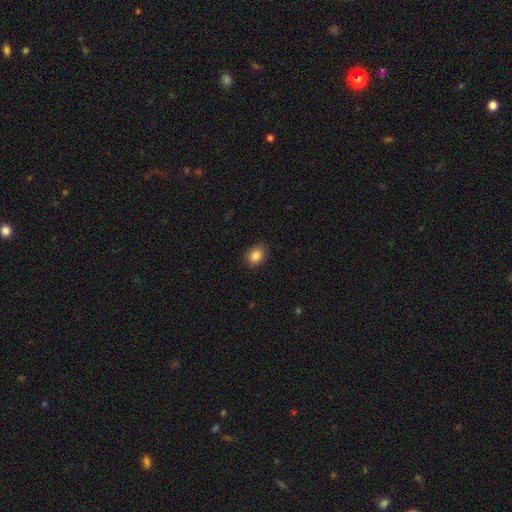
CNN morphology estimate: Smooth or featured: smooth — 87% (star or artifact — 9%)
How rounded: in between — 60% (round — 39%)
Merging: none — 86% (minor disturbance — 11%)